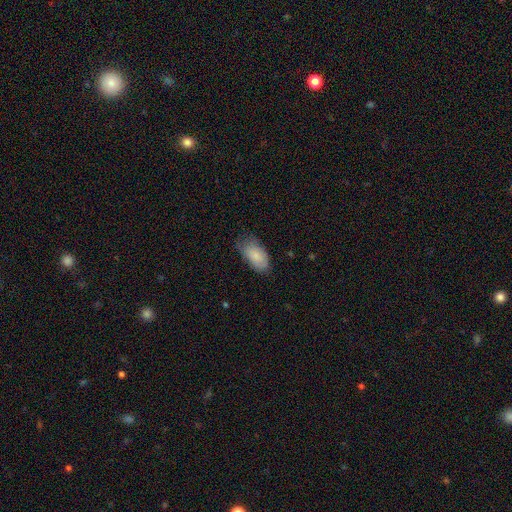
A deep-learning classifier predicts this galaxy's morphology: A smooth galaxy with no disk features (84%) that is in between round and cigar-shaped (94%).

Vote fractions:
- Smooth or featured? smooth: 84% / featured or disk: 10% / star or artifact: 6%
- How rounded? in between: 94% / round: 3% / cigar-shaped: 3%
- Merging? none: 57% / minor disturbance: 33% / major disturbance: 9% / merger: 1%